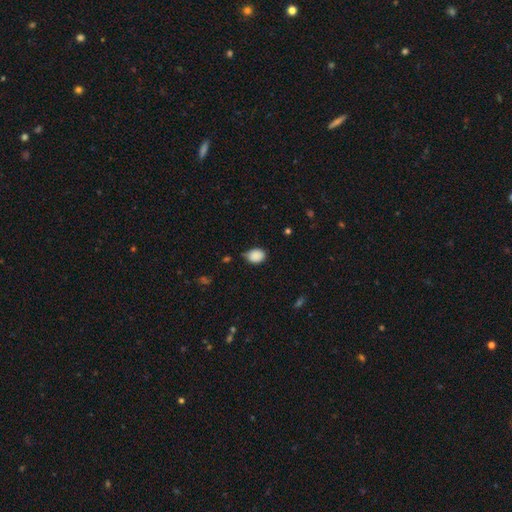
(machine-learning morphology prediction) The model was most divided on "how rounded": in between: 60%, round: 39%, cigar-shaped: 1%. More confident: smooth or featured — smooth (88%); merging — none (65%).